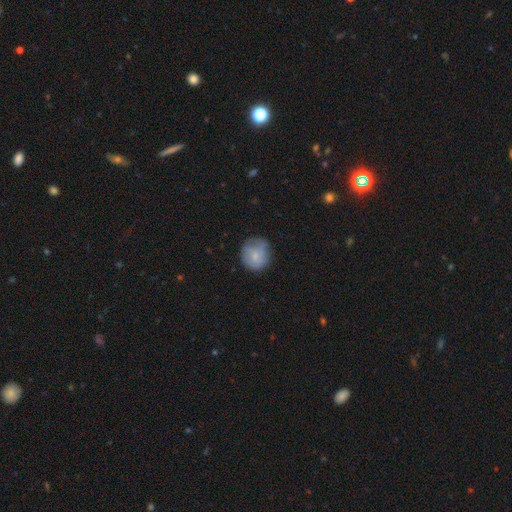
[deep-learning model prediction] Q: Smooth or featured?
A: smooth (73%); runner-up: featured or disk (20%)
Q: How rounded?
A: round (84%); runner-up: in between (15%)
Q: Merging?
A: none (62%); runner-up: minor disturbance (27%)